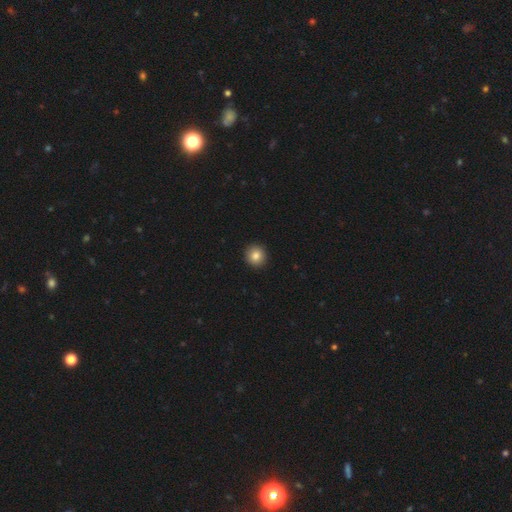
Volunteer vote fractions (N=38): Smooth or featured? smooth (84%)
How rounded? round (94%)
Merging? none (91%)